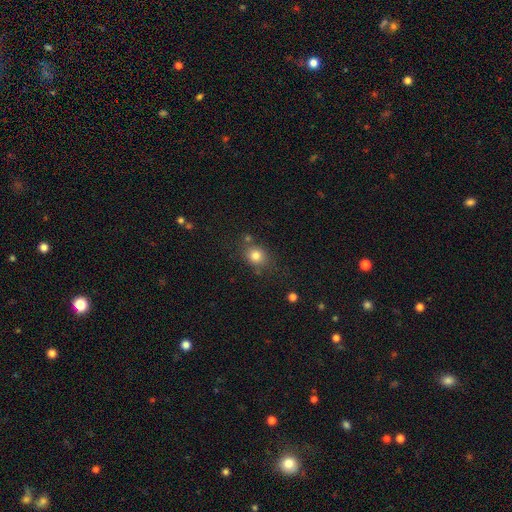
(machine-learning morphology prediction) Smooth or featured?
  - smooth: 80% *
  - star or artifact: 12%
  - featured or disk: 8%
How rounded?
  - round: 72% *
  - in between: 27%
  - cigar-shaped: 1%
Merging?
  - none: 71% *
  - minor disturbance: 15%
  - merger: 8%
  - major disturbance: 5%